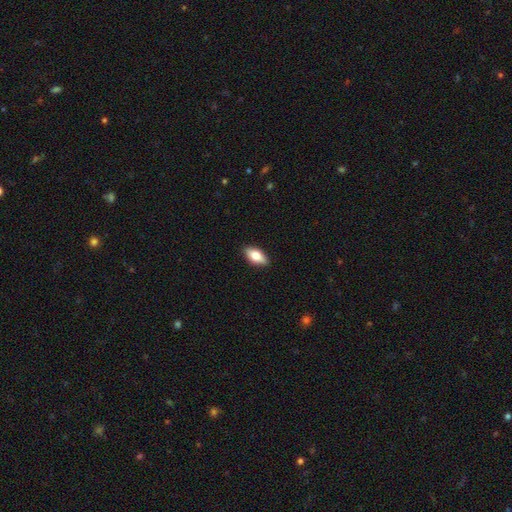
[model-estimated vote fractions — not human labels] A smooth galaxy with no disk features (72%) that is in between round and cigar-shaped (86%).

Vote fractions:
- Smooth or featured? smooth: 72% / featured or disk: 21% / star or artifact: 7%
- How rounded? in between: 86% / cigar-shaped: 10% / round: 4%
- Merging? none: 88% / minor disturbance: 9% / major disturbance: 2% / merger: 1%